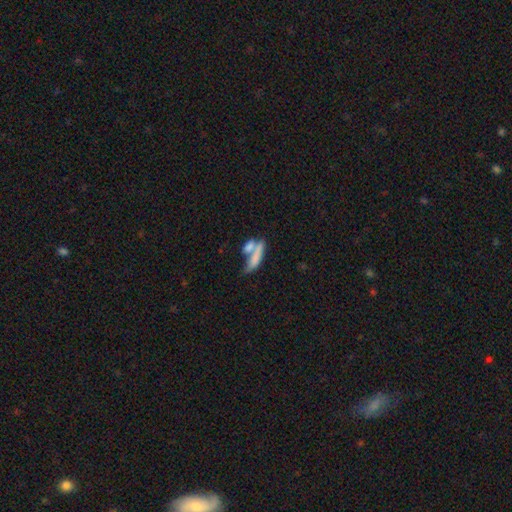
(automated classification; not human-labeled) This appears to be a smooth galaxy with no disk features (69%) that is cigar-shaped (56%). Merging: merger (56%).